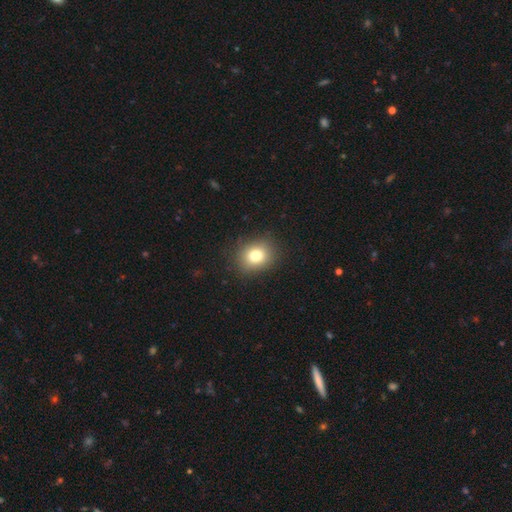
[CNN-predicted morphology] Overall: smooth (78%). How rounded: round (66%; in between 33%). Merging: none (87%).